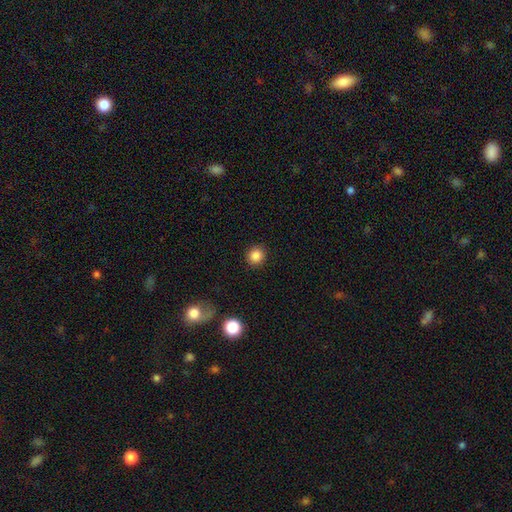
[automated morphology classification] Overall: smooth (85%). How rounded: round (90%). Merging: none (91%).